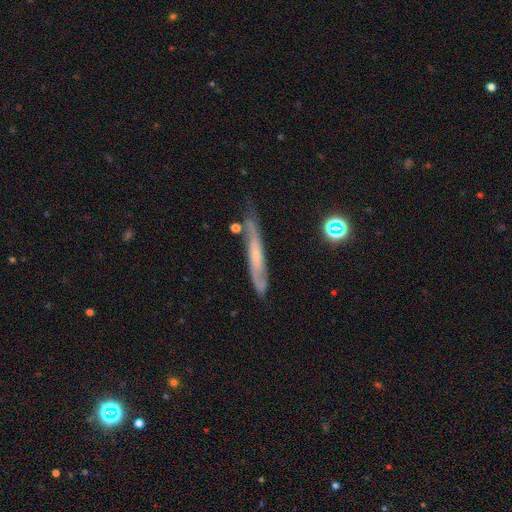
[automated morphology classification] The model was most divided on "edge-on disk": yes: 67%, no: 33%. More confident: smooth or featured — featured or disk (64%); merging — none (63%).